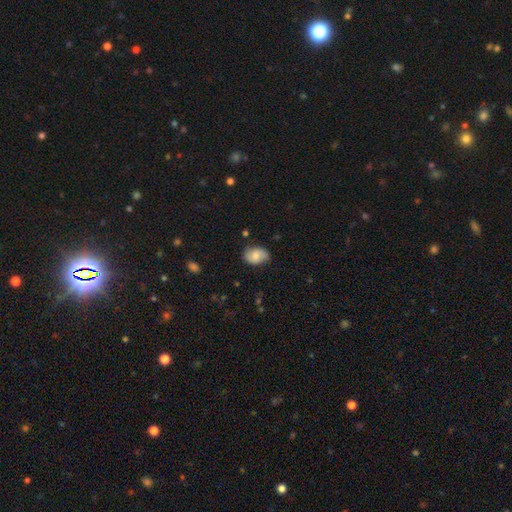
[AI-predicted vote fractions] Overall: smooth (60%; featured or disk 32%). How rounded: in between (76%). Merging: none (73%).